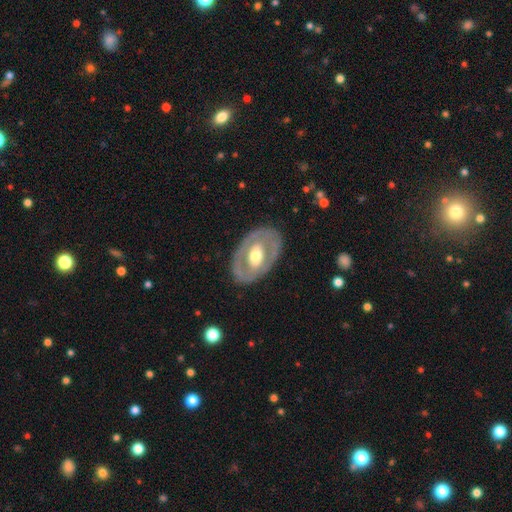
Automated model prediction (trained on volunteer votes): Smooth or featured? Predicted: featured or disk (p=0.64). Edge-on disk? Predicted: no (p=0.91). Bar? Predicted: no (p=0.59). Spiral arms? Predicted: no (p=0.77). Bulge size? Predicted: moderate (p=0.66). Merging? Predicted: none (p=0.81).